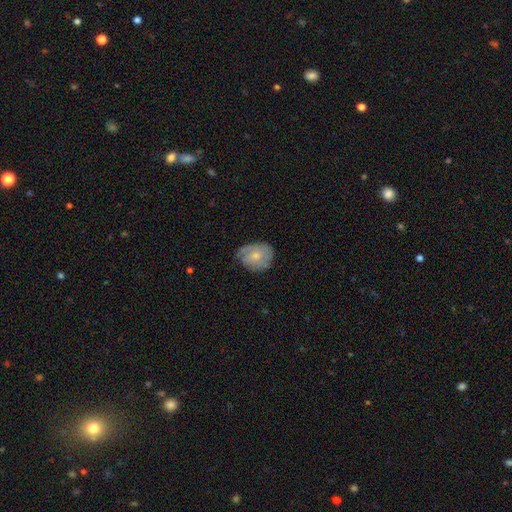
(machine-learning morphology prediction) A smooth galaxy with no disk features (48%). Merging: none (59%).